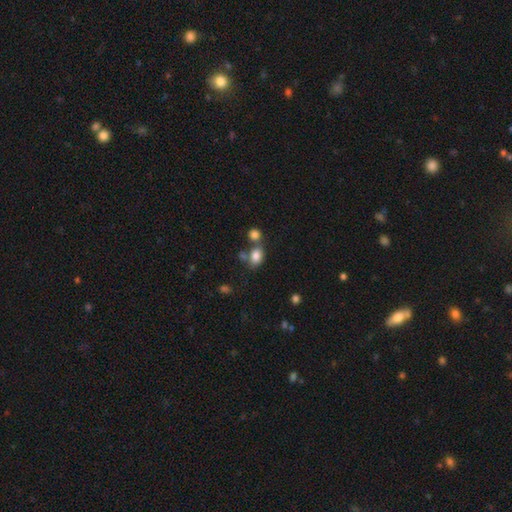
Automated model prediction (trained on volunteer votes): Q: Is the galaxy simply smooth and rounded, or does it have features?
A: smooth — 82%.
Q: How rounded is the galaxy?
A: in between — 72%.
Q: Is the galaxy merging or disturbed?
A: none — 52%.